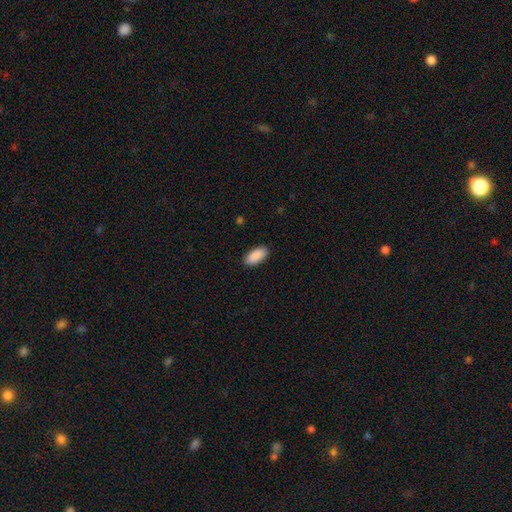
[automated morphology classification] smooth-or-featured: smooth: 91% | star or artifact: 6% | featured or disk: 3%
  how-rounded: in between: 93% | cigar-shaped: 5% | round: 2%
  merging: none: 90% | minor disturbance: 8% | major disturbance: 2% | merger: 1%